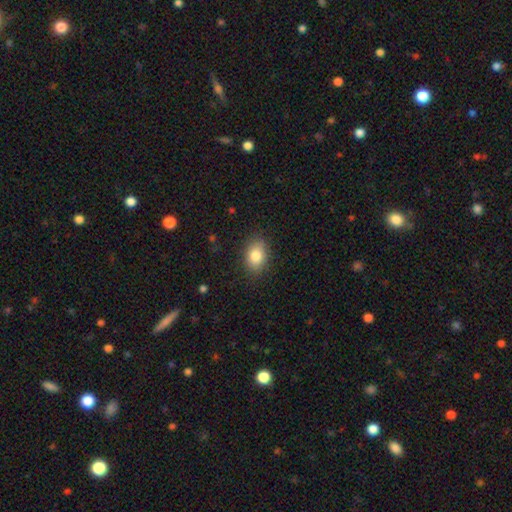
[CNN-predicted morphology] Smooth or featured? smooth (83%)
How rounded? in between (78%)
Merging? none (85%)